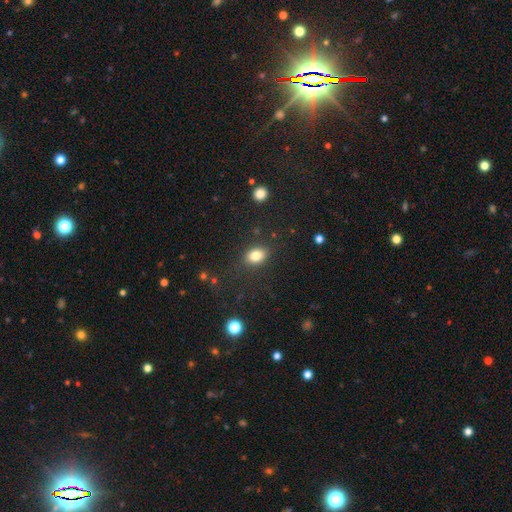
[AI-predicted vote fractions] Smooth or featured?
  - smooth: 82% *
  - star or artifact: 10%
  - featured or disk: 8%
How rounded?
  - in between: 76% *
  - round: 23%
  - cigar-shaped: 1%
Merging?
  - none: 83% *
  - minor disturbance: 11%
  - major disturbance: 4%
  - merger: 2%